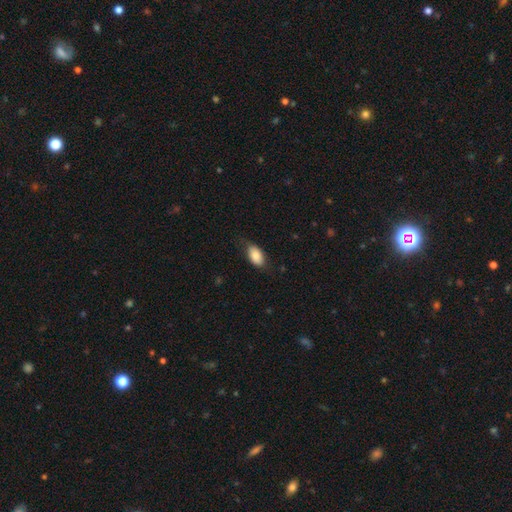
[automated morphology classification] smooth 83%, featured or disk 11%, star or artifact 7%. Down the decision tree: how rounded — in between (93%); merging — none (71%).